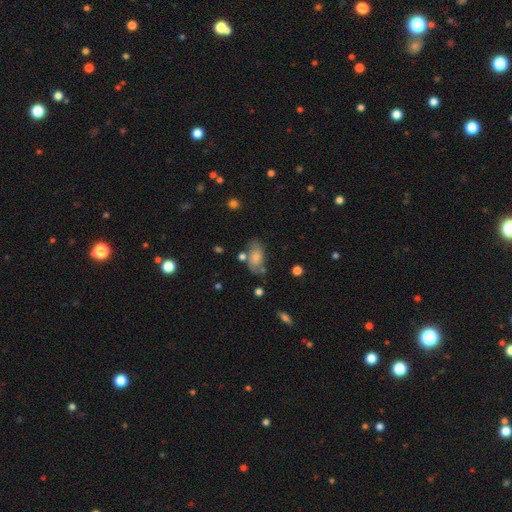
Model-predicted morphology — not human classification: type=smooth (49%); merging=none (58%).